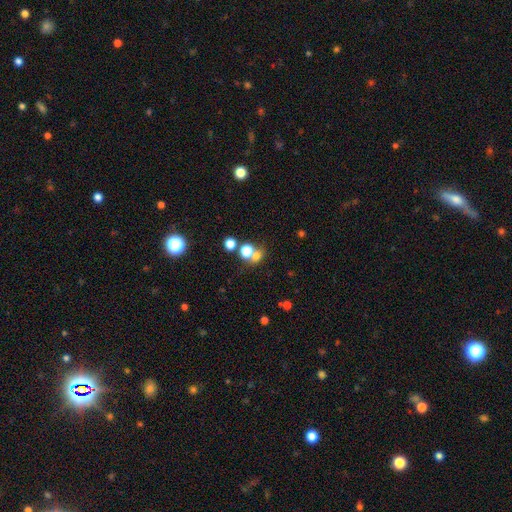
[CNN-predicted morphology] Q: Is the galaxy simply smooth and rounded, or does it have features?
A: smooth — 67%.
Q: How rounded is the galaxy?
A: round — 70%.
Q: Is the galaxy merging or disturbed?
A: none — 44%.